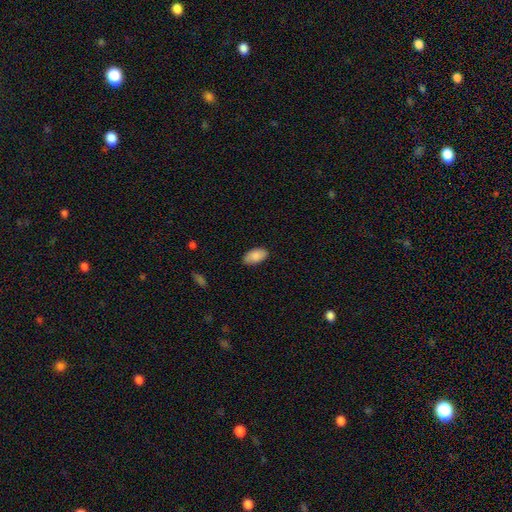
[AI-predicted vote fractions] smooth 88%, star or artifact 7%, featured or disk 5%. Down the decision tree: how rounded — in between (95%); merging — none (81%).